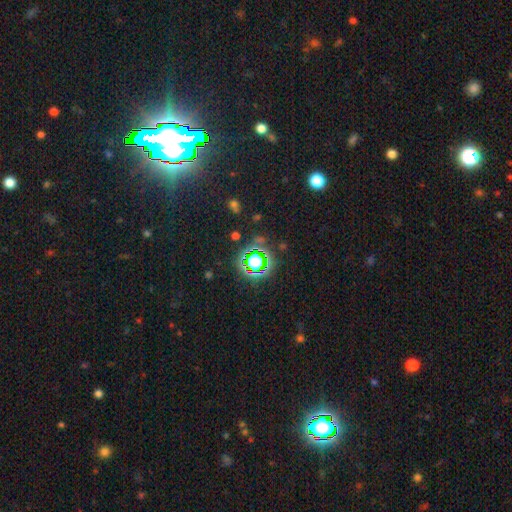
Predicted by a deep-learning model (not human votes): Overall: star or artifact (78%).